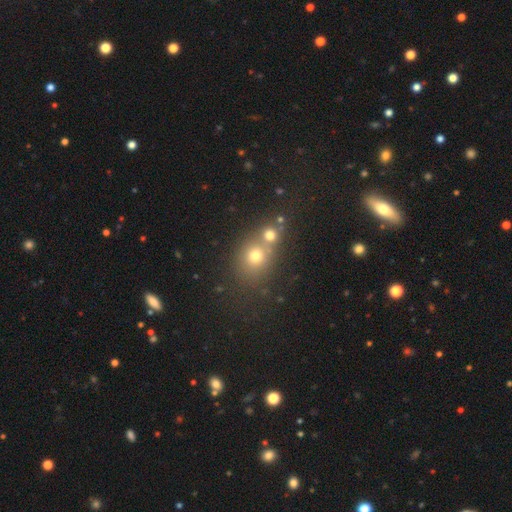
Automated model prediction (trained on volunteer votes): Overall: smooth (69%). How rounded: round (71%). Merging: merger (46%; none 42%).